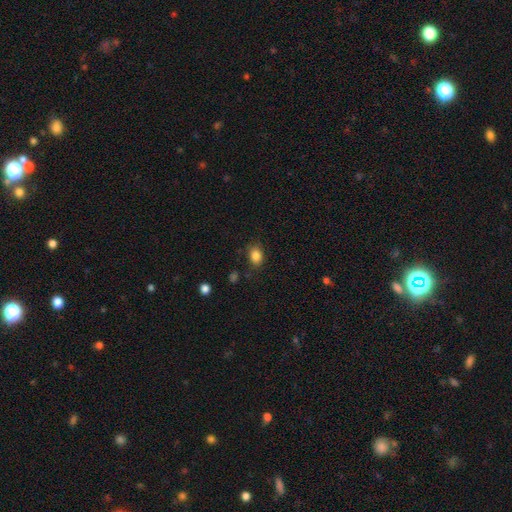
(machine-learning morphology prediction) smooth_or_featured: smooth (p=0.84) [alt: star or artifact p=0.10]
how_rounded: in between (p=0.67) [alt: round p=0.32]
merging: none (p=0.78) [alt: minor disturbance p=0.16]